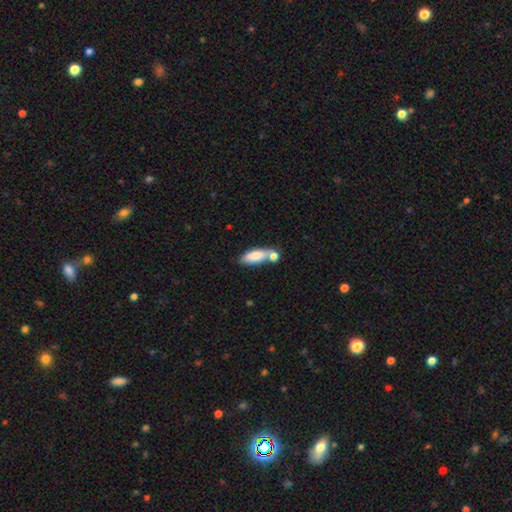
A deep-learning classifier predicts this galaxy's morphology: Overall: smooth (78%). How rounded: in between (69%). Merging: none (42%; merger 37%).